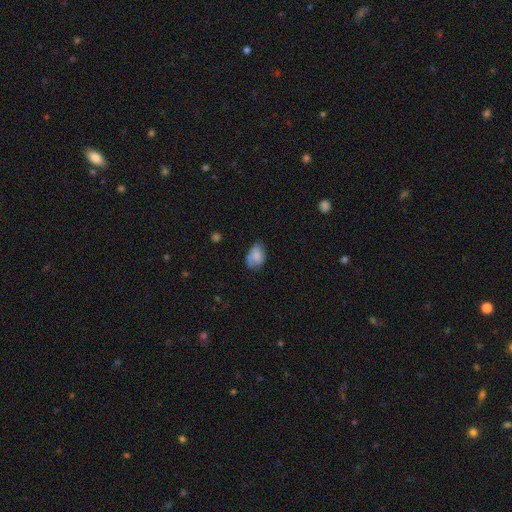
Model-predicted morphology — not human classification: Q: Smooth or featured?
A: smooth (69%); runner-up: featured or disk (23%)
Q: How rounded?
A: in between (82%); runner-up: round (17%)
Q: Merging?
A: none (56%); runner-up: minor disturbance (31%)